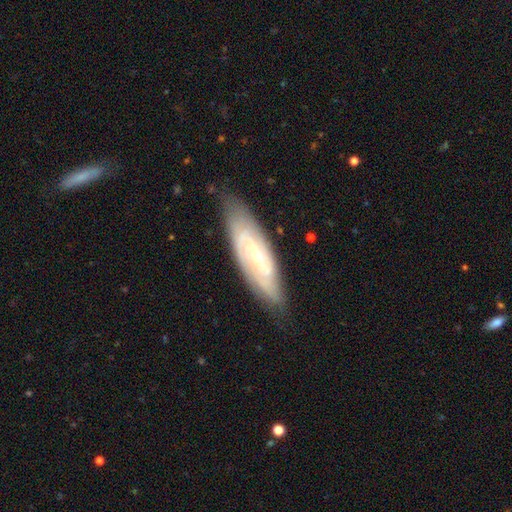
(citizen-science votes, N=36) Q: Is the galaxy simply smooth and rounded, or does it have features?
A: featured or disk — 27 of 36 (75%).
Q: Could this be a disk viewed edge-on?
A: no — 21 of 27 (78%).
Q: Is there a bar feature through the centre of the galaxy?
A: no — 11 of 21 (52%).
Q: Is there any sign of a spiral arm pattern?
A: yes — 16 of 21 (76%).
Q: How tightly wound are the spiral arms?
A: medium — 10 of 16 (62%).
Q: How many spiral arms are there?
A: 2 — 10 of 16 (62%).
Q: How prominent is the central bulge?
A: small — 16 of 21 (76%).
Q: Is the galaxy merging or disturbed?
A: none — 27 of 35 (77%).